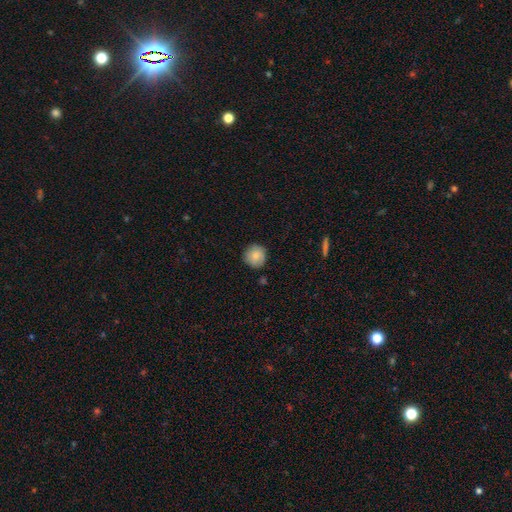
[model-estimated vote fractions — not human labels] Smooth or featured: smooth — 85% (star or artifact — 8%)
How rounded: round — 94% (in between — 5%)
Merging: none — 86% (minor disturbance — 11%)